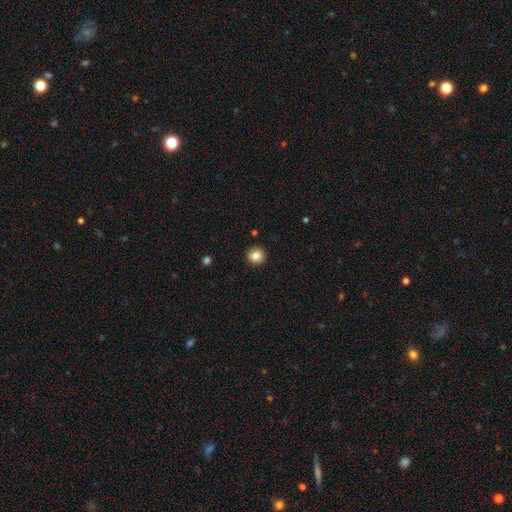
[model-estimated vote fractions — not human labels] The model was most divided on "smooth or featured": smooth: 85%, star or artifact: 10%, featured or disk: 6%. More confident: how rounded — round (94%); merging — none (92%).